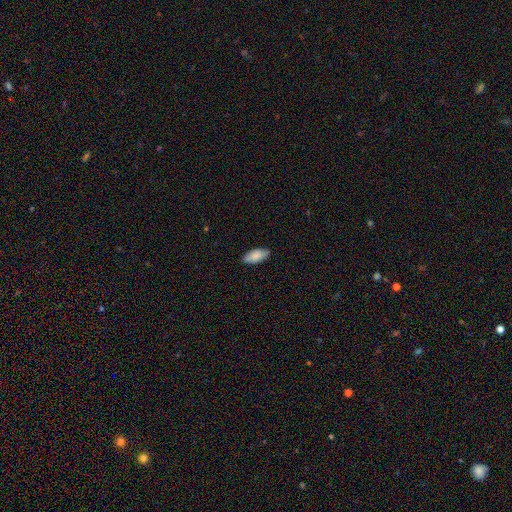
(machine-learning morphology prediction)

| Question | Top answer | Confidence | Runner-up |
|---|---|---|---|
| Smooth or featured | smooth | 86% | featured or disk (8%) |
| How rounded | in between | 88% | cigar-shaped (10%) |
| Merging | none | 86% | minor disturbance (11%) |